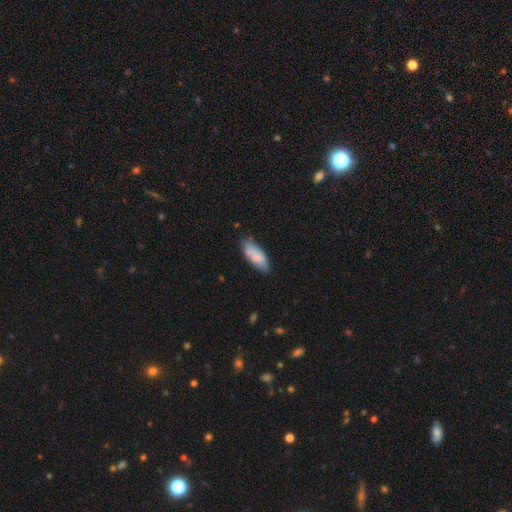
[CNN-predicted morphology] smooth 72%, featured or disk 22%, star or artifact 6%. Down the decision tree: how rounded — in between (80%); merging — none (67%).